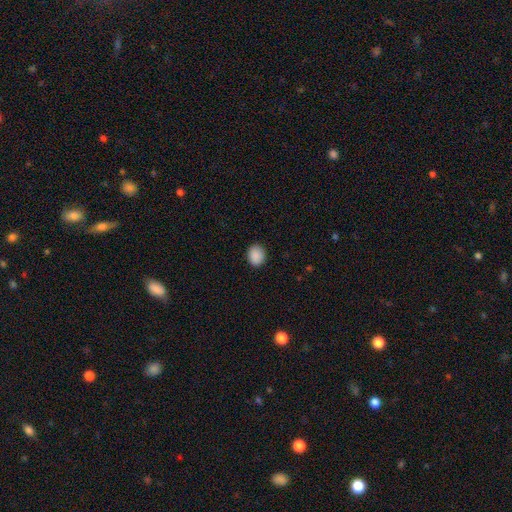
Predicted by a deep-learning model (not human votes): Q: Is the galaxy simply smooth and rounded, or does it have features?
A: smooth — 89%.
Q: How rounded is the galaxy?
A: round — 59%.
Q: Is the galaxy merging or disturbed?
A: none — 89%.